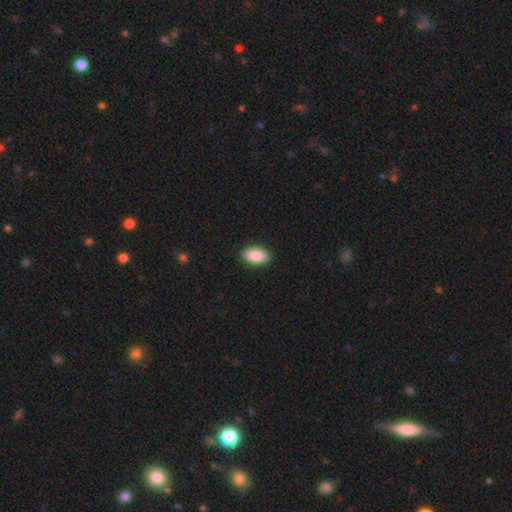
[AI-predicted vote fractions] Morphology: type=smooth (89%); roundness=in between (94%); merging=none (90%).